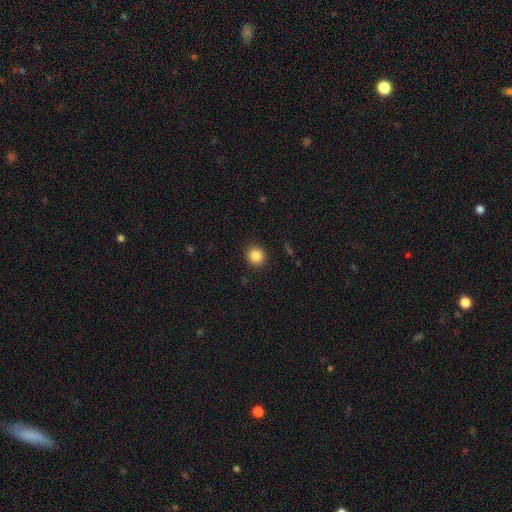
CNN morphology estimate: This appears to be a smooth galaxy with no disk features (86%) that is round (91%). Merging: none (91%).